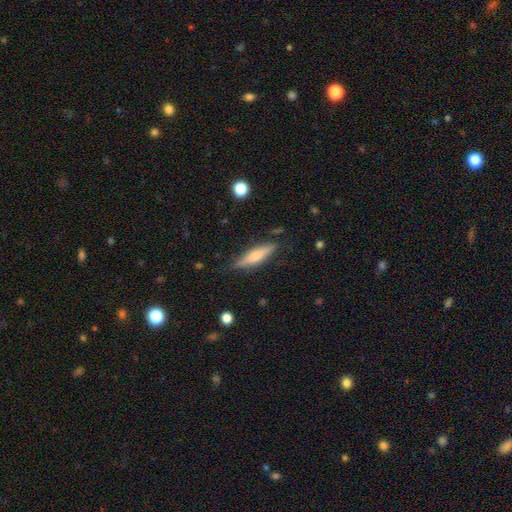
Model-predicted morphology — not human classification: This appears to be a smooth galaxy with no disk features (51%) that is cigar-shaped (76%). Merging: none (83%).